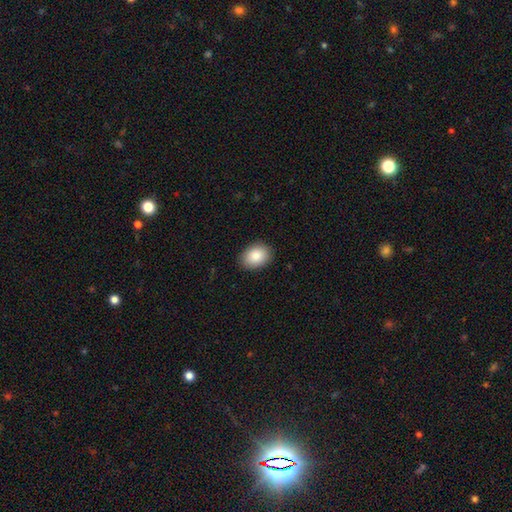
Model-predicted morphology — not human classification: This appears to be a smooth galaxy with no disk features (86%) that is in between round and cigar-shaped (72%). Merging: none (89%).